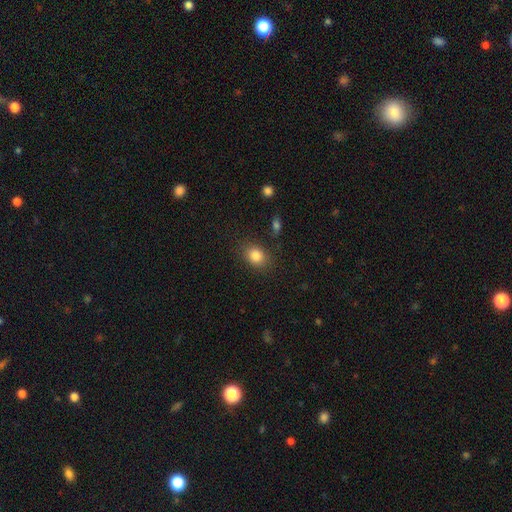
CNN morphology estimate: This is clearly a smooth galaxy (84%). How rounded: possibly in between (55%). Merging: clearly none (83%).